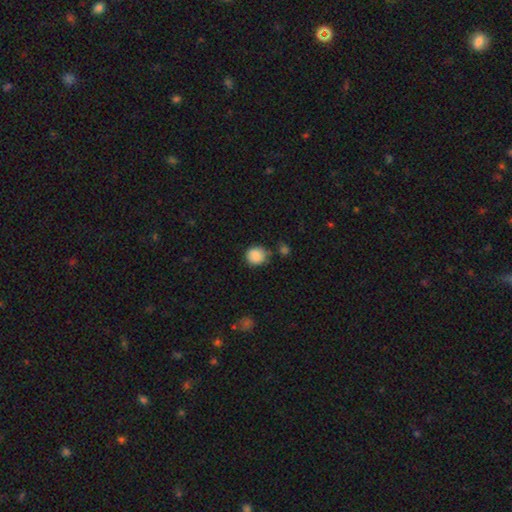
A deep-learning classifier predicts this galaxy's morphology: smooth-or-featured: smooth: 88% | star or artifact: 8% | featured or disk: 4%
  how-rounded: round: 86% | in between: 13% | cigar-shaped: 1%
  merging: none: 75% | minor disturbance: 16% | merger: 6% | major disturbance: 4%